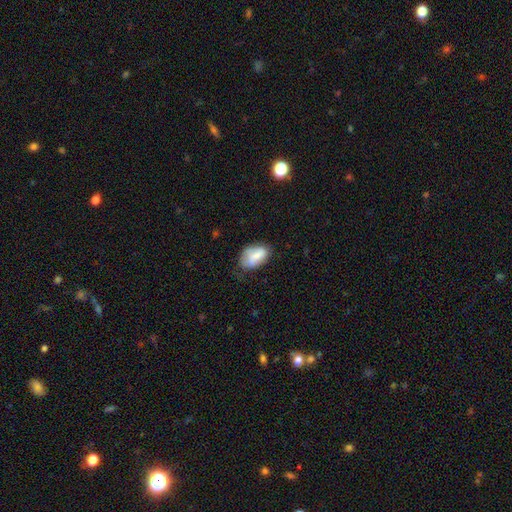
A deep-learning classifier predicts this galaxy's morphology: Smooth or featured: smooth — 75% (featured or disk — 17%)
How rounded: in between — 91% (round — 7%)
Merging: none — 53% (minor disturbance — 34%)